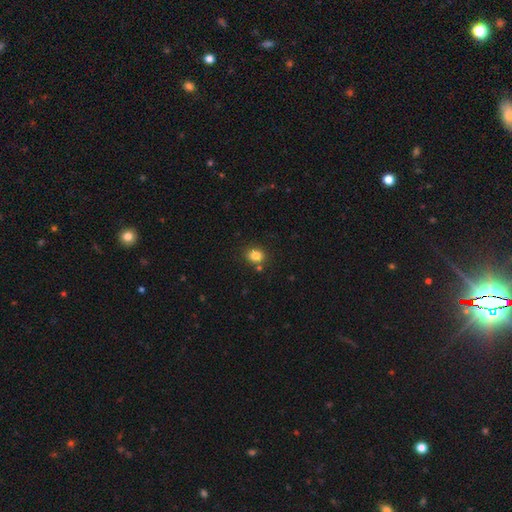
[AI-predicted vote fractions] Smooth or featured: smooth — 82% (star or artifact — 12%)
How rounded: round — 68% (in between — 31%)
Merging: none — 80% (minor disturbance — 10%)